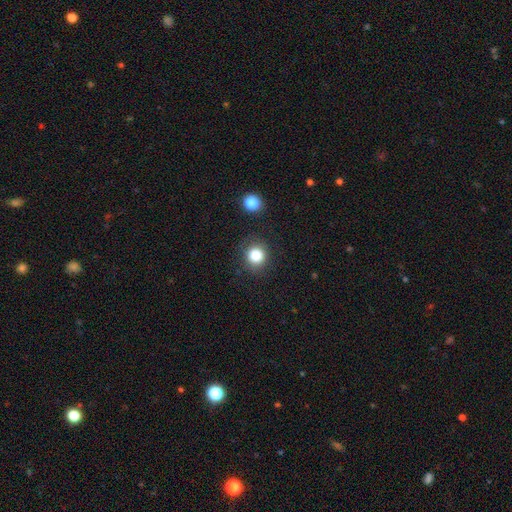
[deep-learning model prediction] A smooth galaxy with no disk features (84%) that is round (89%). Merging: none (82%).